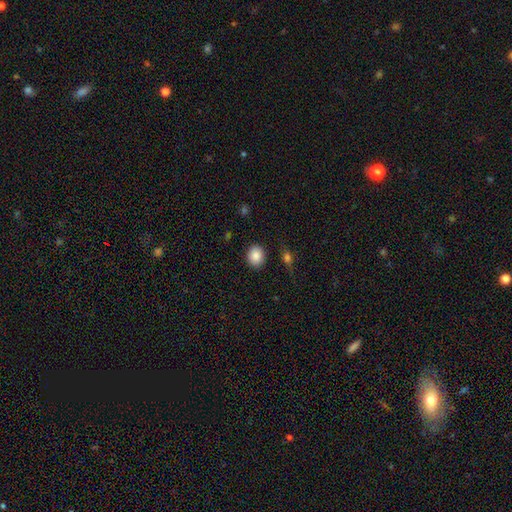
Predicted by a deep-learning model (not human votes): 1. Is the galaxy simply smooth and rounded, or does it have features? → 87% smooth, 8% star or artifact, 5% featured or disk.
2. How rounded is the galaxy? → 61% round, 38% in between, 1% cigar-shaped.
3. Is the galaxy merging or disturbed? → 86% none, 9% minor disturbance, 3% major disturbance, 2% merger.